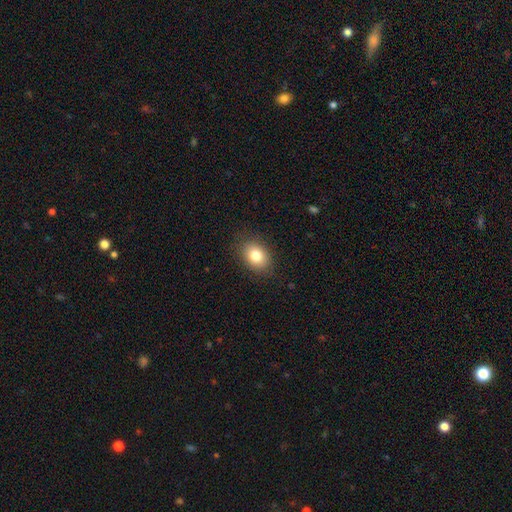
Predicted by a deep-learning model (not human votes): The model was most divided on "how rounded": in between: 65%, round: 35%, cigar-shaped: 1%. More confident: merging — none (87%); smooth or featured — smooth (81%).